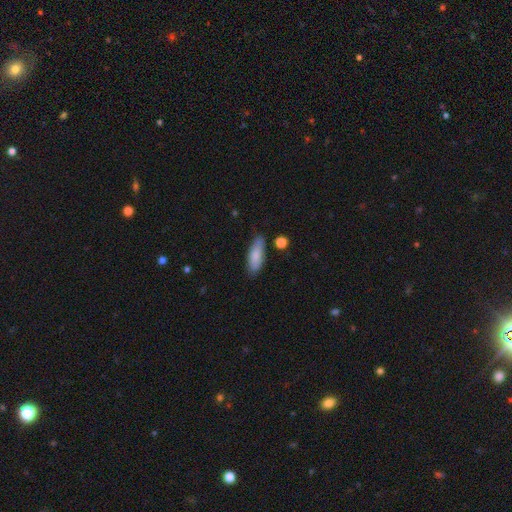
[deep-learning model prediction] Q: Smooth or featured?
A: smooth (83%); runner-up: featured or disk (11%)
Q: How rounded?
A: in between (64%); runner-up: cigar-shaped (34%)
Q: Merging?
A: none (77%); runner-up: minor disturbance (17%)